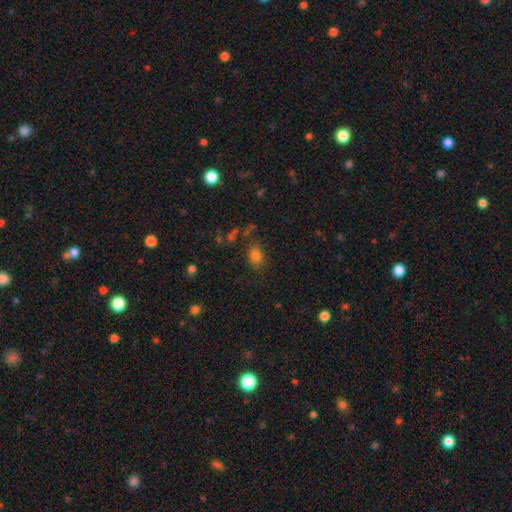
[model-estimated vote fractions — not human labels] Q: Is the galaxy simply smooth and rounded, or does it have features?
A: smooth — 77%.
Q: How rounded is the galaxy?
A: in between — 59%.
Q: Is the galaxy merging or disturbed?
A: none — 75%.